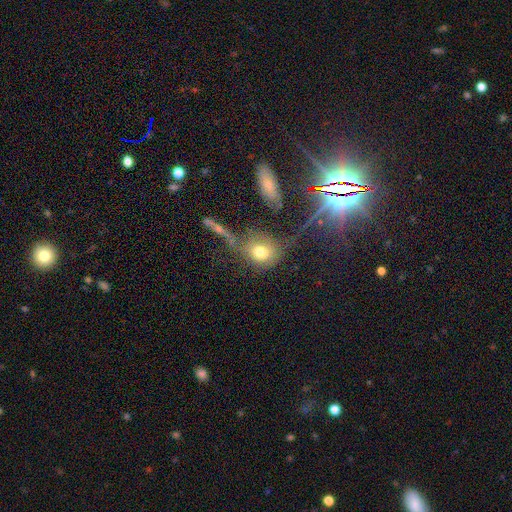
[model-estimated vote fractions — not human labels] Smooth or featured? Predicted: smooth (p=0.44). Merging? Predicted: none (p=0.51).